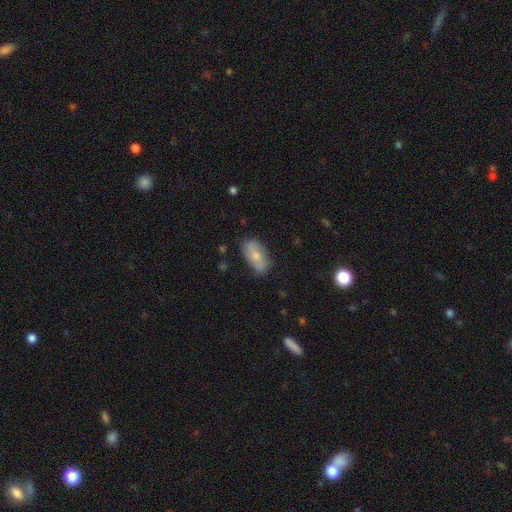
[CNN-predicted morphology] Smooth or featured? smooth (62%)
How rounded? in between (90%)
Merging? none (75%)